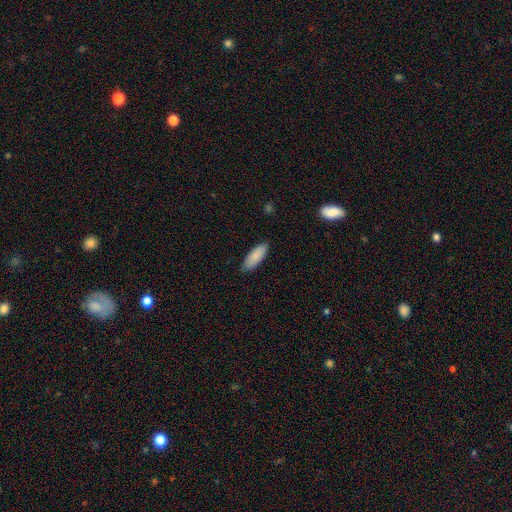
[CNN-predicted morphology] Q: Smooth or featured?
A: smooth (87%); runner-up: featured or disk (7%)
Q: How rounded?
A: in between (66%); runner-up: cigar-shaped (33%)
Q: Merging?
A: none (83%); runner-up: minor disturbance (14%)